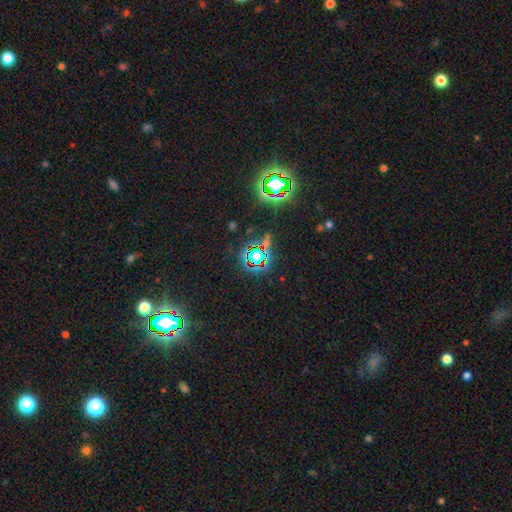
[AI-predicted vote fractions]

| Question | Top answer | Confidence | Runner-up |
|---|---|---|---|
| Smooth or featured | star or artifact | 73% | smooth (17%) |